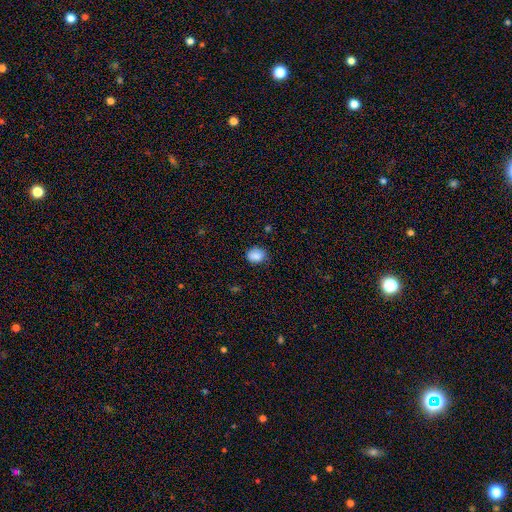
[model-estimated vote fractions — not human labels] Morphology: type=smooth (86%); roundness=round (51%); merging=none (76%).